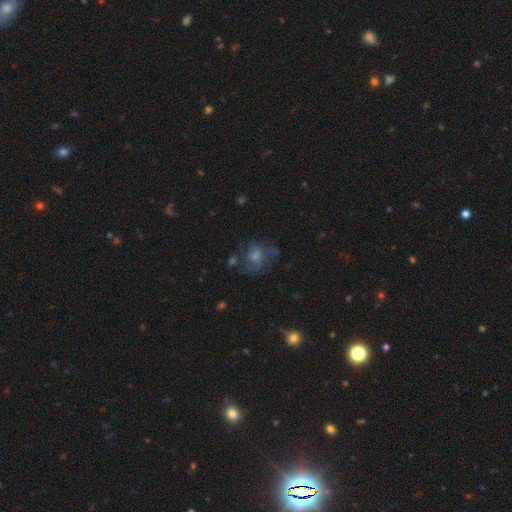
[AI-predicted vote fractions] Q: Smooth or featured?
A: featured or disk (43%); runner-up: smooth (33%)
Q: Merging?
A: none (58%); runner-up: minor disturbance (20%)